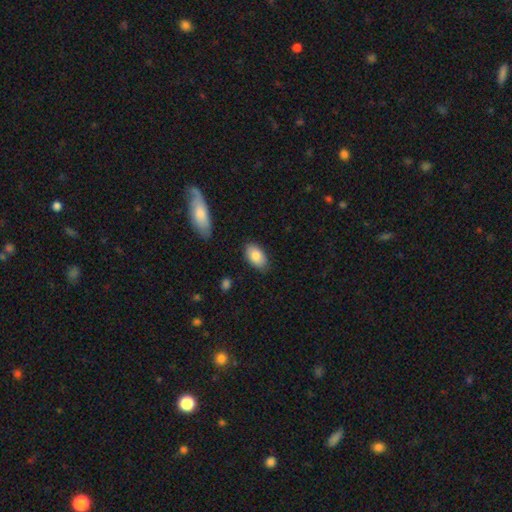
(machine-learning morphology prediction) smooth-or-featured: smooth: 83% | featured or disk: 11% | star or artifact: 6%
  how-rounded: in between: 93% | round: 5% | cigar-shaped: 2%
  merging: none: 84% | minor disturbance: 12% | major disturbance: 2% | merger: 2%